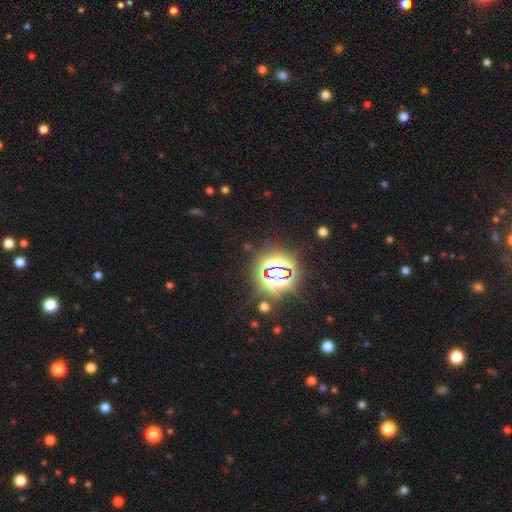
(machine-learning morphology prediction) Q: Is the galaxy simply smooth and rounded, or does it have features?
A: star or artifact — 86%.